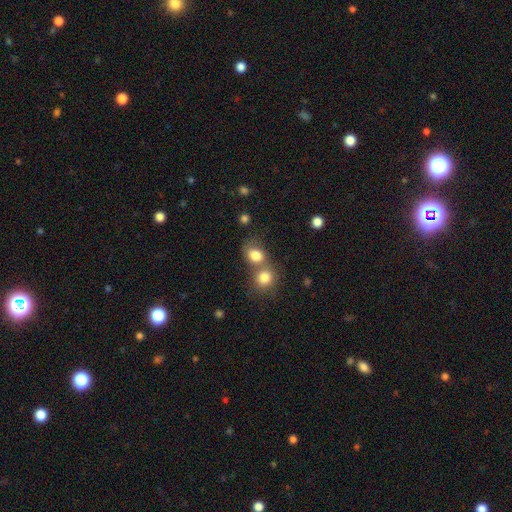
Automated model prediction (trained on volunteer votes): Smooth or featured?
  - smooth: 81% *
  - star or artifact: 10%
  - featured or disk: 9%
How rounded?
  - round: 50% *
  - in between: 49%
  - cigar-shaped: 1%
Merging?
  - merger: 54% *
  - none: 32%
  - minor disturbance: 9%
  - major disturbance: 5%